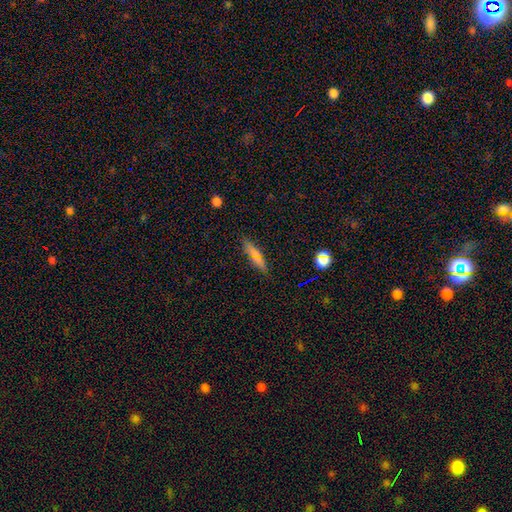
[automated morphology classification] smooth 70%, featured or disk 17%, star or artifact 14%. Down the decision tree: how rounded — cigar-shaped (69%); merging — none (87%).